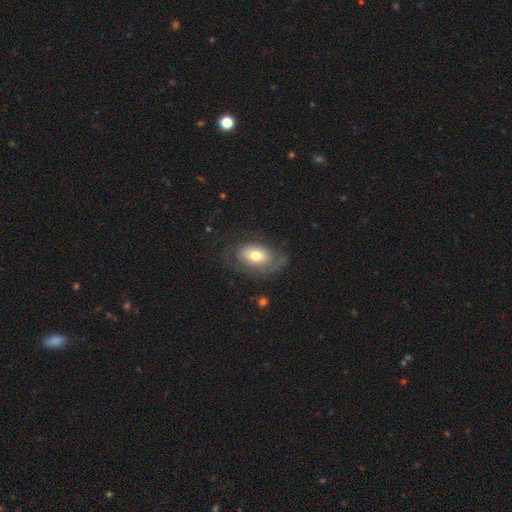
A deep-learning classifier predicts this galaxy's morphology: The model was most divided on "smooth or featured": smooth: 52%, featured or disk: 41%, star or artifact: 7%. More confident: how rounded — in between (87%); merging — none (54%).